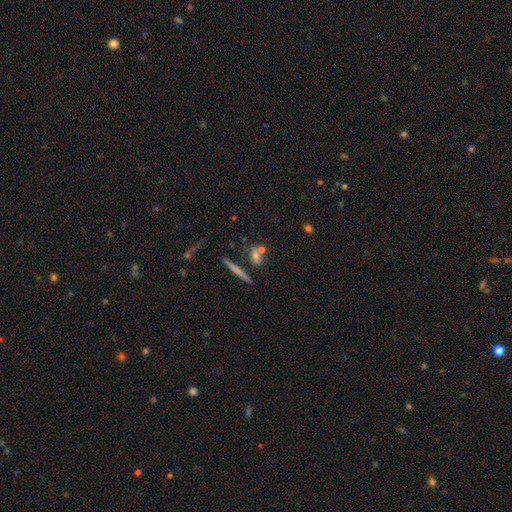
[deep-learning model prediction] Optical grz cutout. It shows a smooth galaxy with no disk features (59%) that is round (38%). Merging: none (55%).